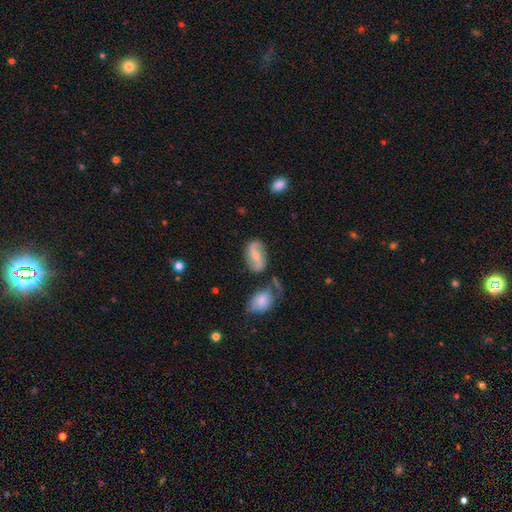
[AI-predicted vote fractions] Overall: featured or disk (63%; smooth 30%). Edge-on disk: no (94%). Bar: strong (39%; weak 35%). Spiral arms: yes (82%). Bulge size: small (48%; moderate 44%). Merging: none (71%).